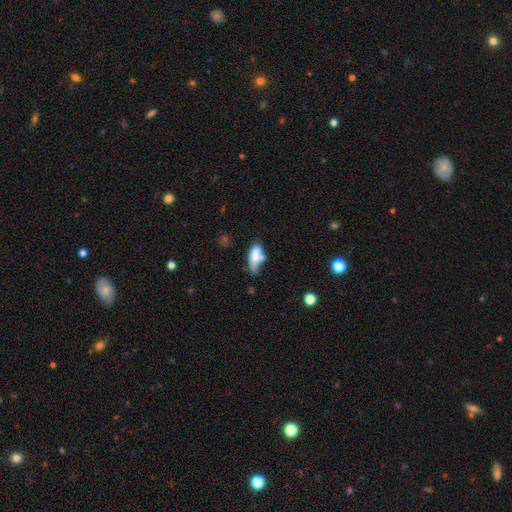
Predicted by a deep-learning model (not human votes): A smooth galaxy with no disk features (68%) that is in between round and cigar-shaped (68%). Merging: none (32%).